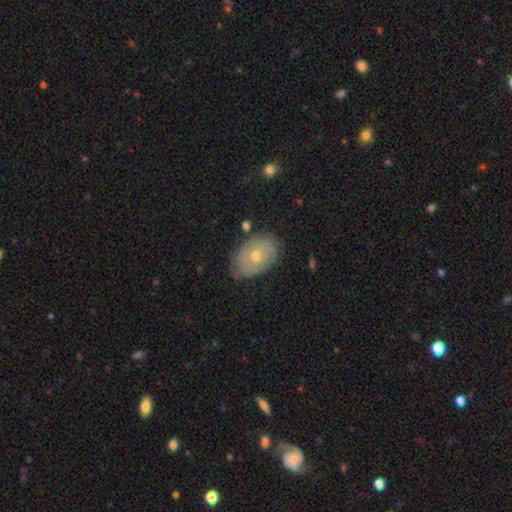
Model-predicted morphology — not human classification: smooth 47%, featured or disk 45%, star or artifact 8%. Down the decision tree: merging — none (77%).